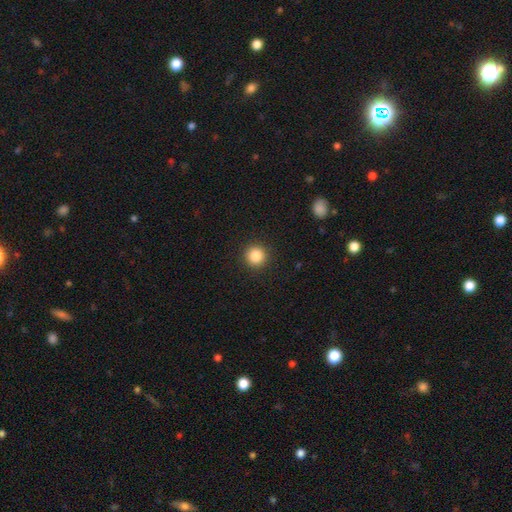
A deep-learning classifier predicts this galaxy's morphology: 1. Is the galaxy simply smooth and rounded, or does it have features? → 86% smooth, 10% star or artifact, 4% featured or disk.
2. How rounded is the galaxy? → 95% round, 4% in between, 1% cigar-shaped.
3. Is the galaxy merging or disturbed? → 92% none, 5% minor disturbance, 2% major disturbance, 1% merger.